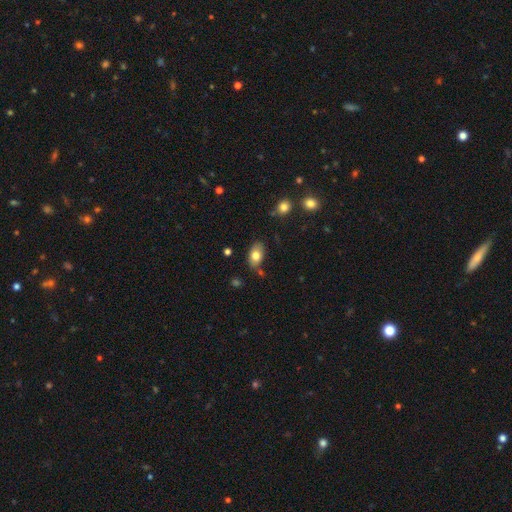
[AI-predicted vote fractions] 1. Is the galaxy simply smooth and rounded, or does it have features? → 79% smooth, 13% featured or disk, 8% star or artifact.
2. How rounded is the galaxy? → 88% in between, 10% round, 2% cigar-shaped.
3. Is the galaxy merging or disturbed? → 73% none, 19% minor disturbance, 5% merger, 4% major disturbance.